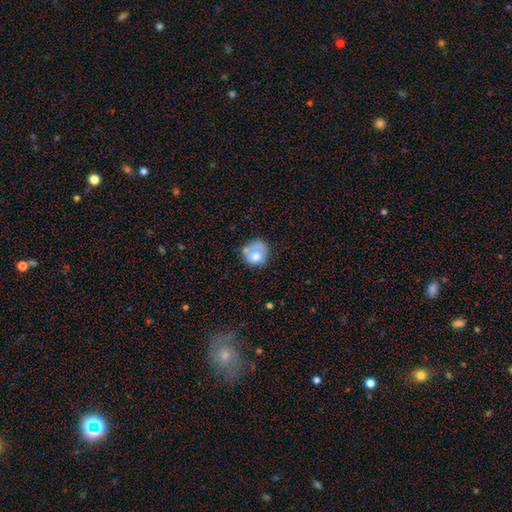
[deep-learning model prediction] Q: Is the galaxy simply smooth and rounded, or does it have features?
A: smooth — 65%.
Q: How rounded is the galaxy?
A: round — 73%.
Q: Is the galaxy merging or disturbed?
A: none — 43%.